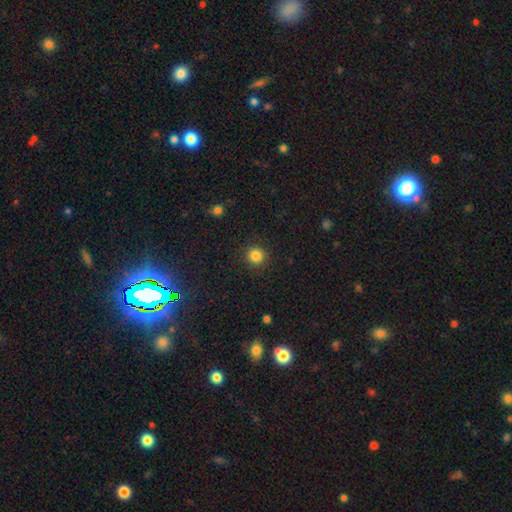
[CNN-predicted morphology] This is clearly a smooth galaxy (85%). How rounded: clearly round (94%). Merging: clearly none (91%).